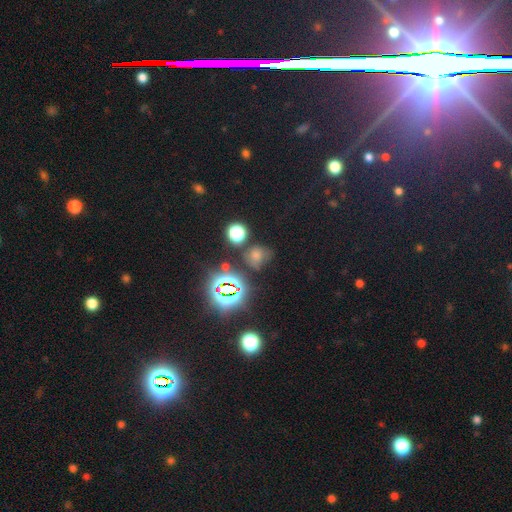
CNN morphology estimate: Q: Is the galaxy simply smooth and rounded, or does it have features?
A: smooth — 51%.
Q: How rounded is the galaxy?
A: round — 67%.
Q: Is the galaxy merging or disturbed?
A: none — 59%.